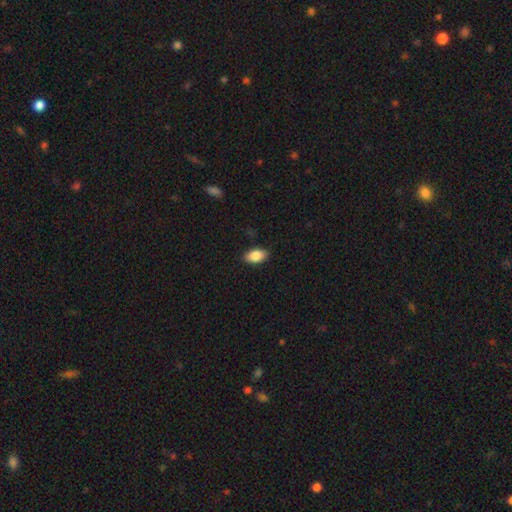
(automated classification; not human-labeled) Smooth or featured? Predicted: smooth (p=0.86). How rounded? Predicted: in between (p=0.92). Merging? Predicted: none (p=0.88).